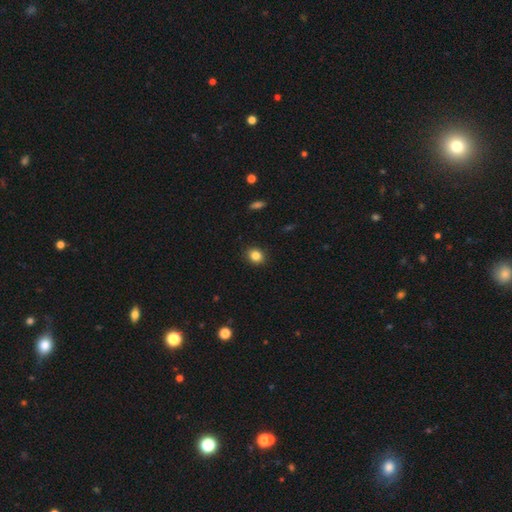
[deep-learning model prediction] Smooth or featured?
  - smooth: 85% *
  - star or artifact: 10%
  - featured or disk: 5%
How rounded?
  - round: 64% *
  - in between: 35%
  - cigar-shaped: 1%
Merging?
  - none: 90% *
  - minor disturbance: 7%
  - major disturbance: 2%
  - merger: 1%